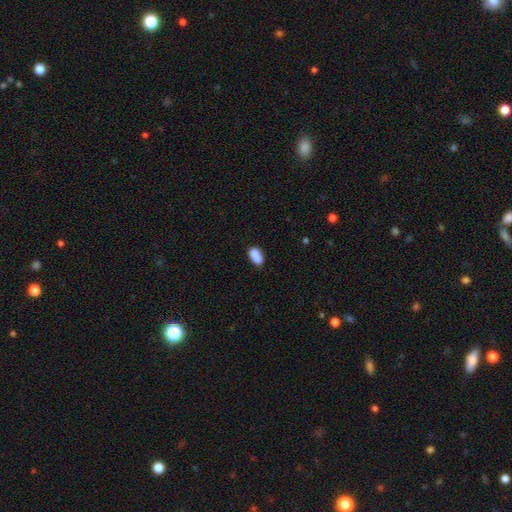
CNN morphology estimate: A smooth galaxy with no disk features (87%) that is in between round and cigar-shaped (88%). Merging: none (71%).